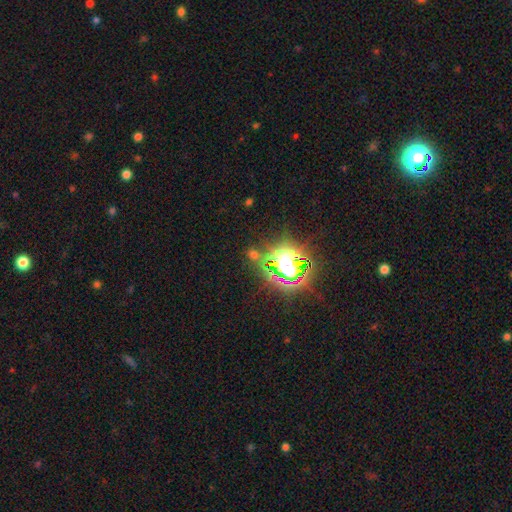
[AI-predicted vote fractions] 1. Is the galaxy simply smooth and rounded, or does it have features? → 65% star or artifact, 24% smooth, 11% featured or disk.